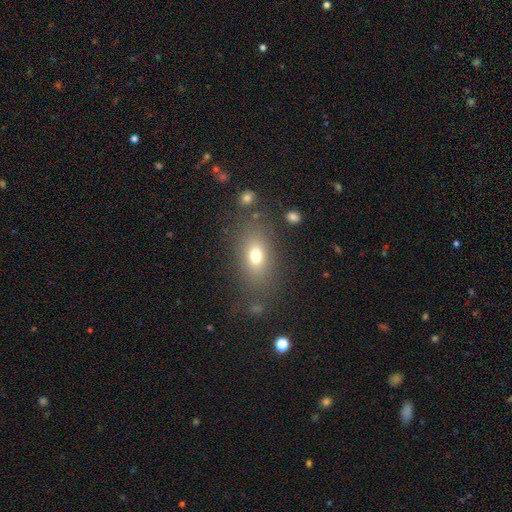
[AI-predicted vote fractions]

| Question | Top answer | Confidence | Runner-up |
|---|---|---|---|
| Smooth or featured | smooth | 73% | featured or disk (15%) |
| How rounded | in between | 78% | round (17%) |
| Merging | none | 77% | minor disturbance (13%) |